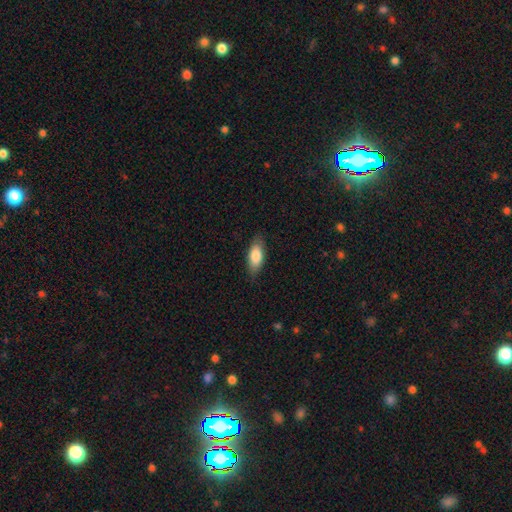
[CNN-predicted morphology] A smooth galaxy with no disk features (83%) that is in between round and cigar-shaped (84%). Merging: none (83%).